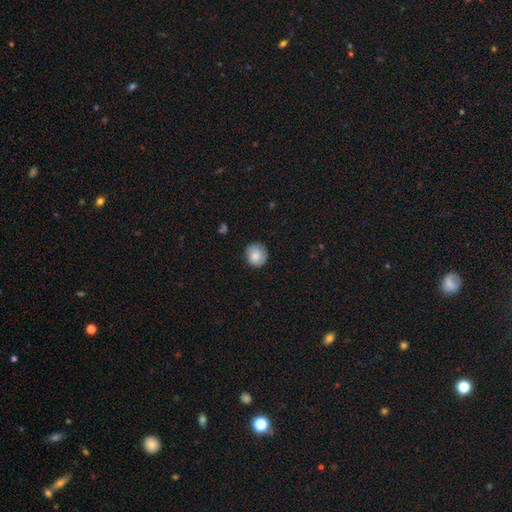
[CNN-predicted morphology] smooth-or-featured: smooth: 81% | featured or disk: 12% | star or artifact: 7%
  how-rounded: round: 91% | in between: 8% | cigar-shaped: 1%
  merging: none: 83% | minor disturbance: 13% | major disturbance: 3% | merger: 1%